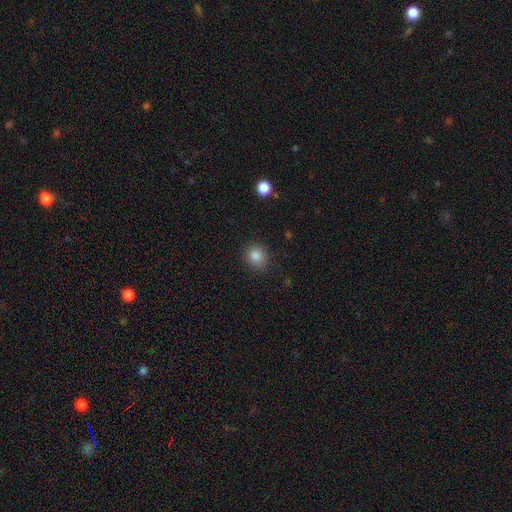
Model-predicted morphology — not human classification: Smooth or featured? smooth (85%)
How rounded? round (85%)
Merging? none (86%)